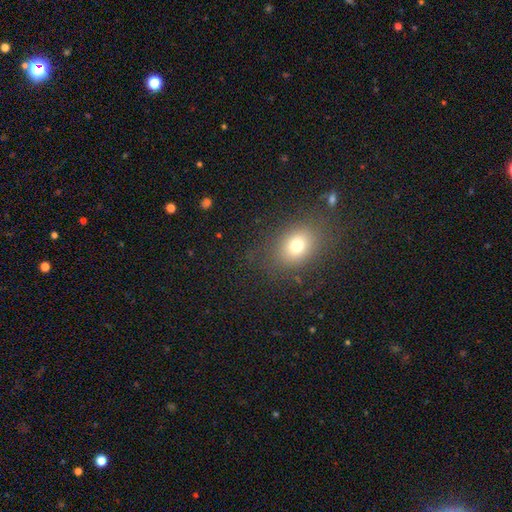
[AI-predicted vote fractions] smooth 68%, star or artifact 23%, featured or disk 9%. Down the decision tree: how rounded — in between (60%); merging — none (86%).